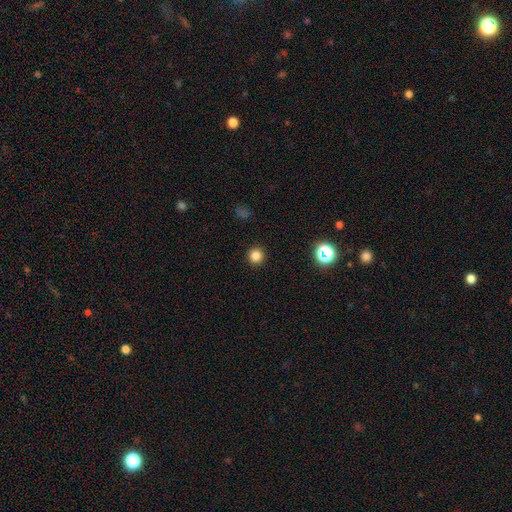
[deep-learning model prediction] A smooth galaxy with no disk features (83%) that is round (95%).

Vote fractions:
- Smooth or featured? smooth: 83% / star or artifact: 14% / featured or disk: 3%
- How rounded? round: 95% / in between: 4% / cigar-shaped: 1%
- Merging? none: 92% / minor disturbance: 5% / major disturbance: 2% / merger: 1%